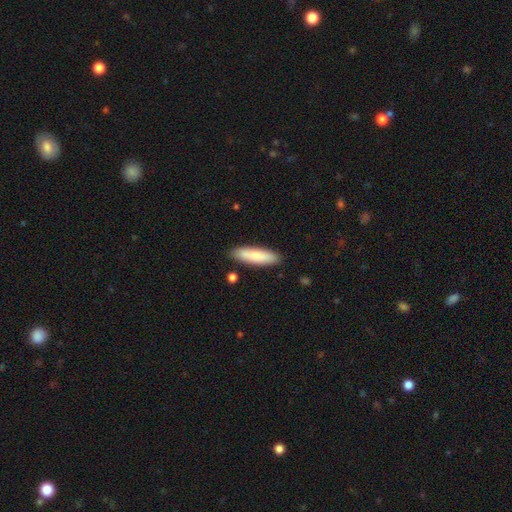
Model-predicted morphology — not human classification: This appears to be a smooth galaxy with no disk features (81%) that is cigar-shaped (68%). Merging: none (87%).